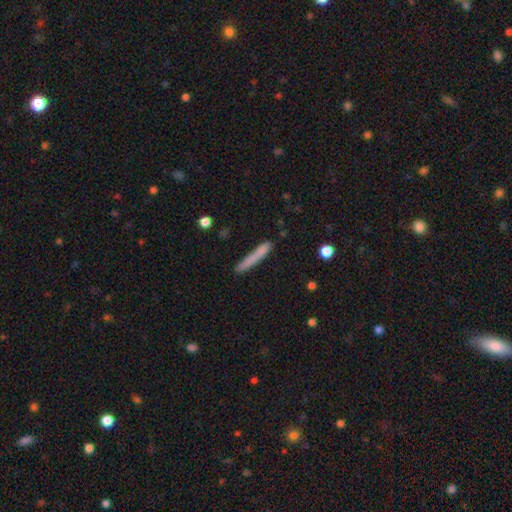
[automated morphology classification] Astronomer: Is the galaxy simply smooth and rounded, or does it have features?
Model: smooth — 75%.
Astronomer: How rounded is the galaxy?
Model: cigar-shaped — 96%.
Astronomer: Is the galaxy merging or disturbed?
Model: none — 82%.